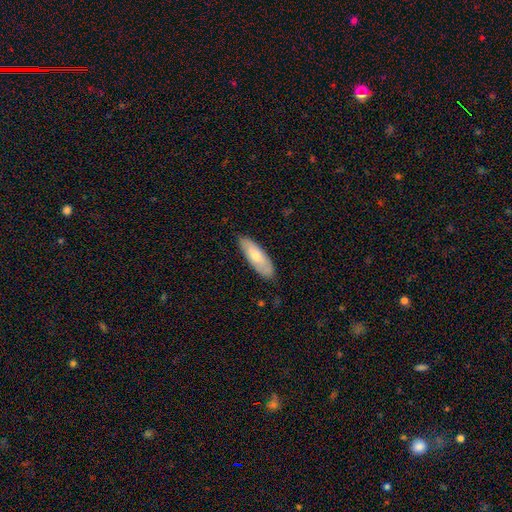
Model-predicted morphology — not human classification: A smooth galaxy with no disk features (65%) that is in between round and cigar-shaped (63%). Merging: none (83%).